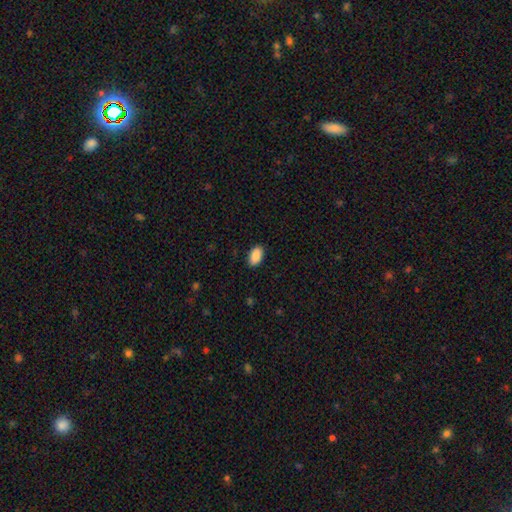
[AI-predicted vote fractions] A smooth galaxy with no disk features (90%) that is in between round and cigar-shaped (94%). Merging: none (90%).